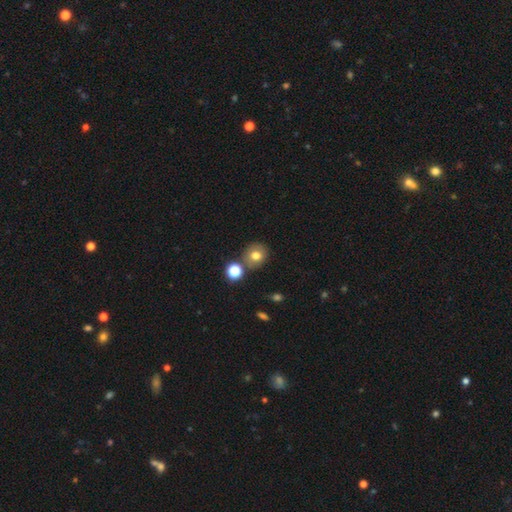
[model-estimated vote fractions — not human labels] The model was most divided on "merging": none: 73%, merger: 13%, minor disturbance: 11%, major disturbance: 3%. More confident: how rounded — round (80%); smooth or featured — smooth (76%).